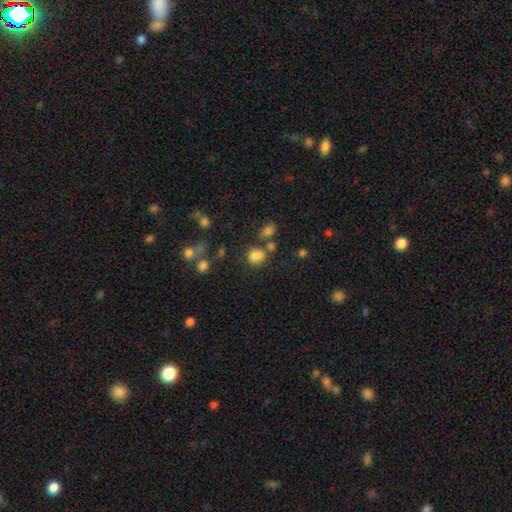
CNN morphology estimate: This is likely a smooth galaxy (78%). How rounded: possibly round (58%). Merging: possibly none (54%).